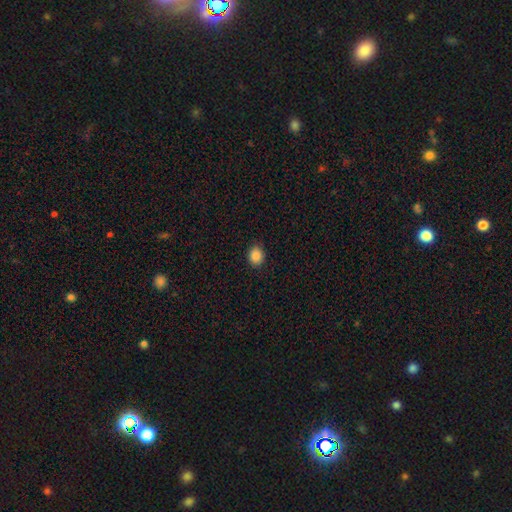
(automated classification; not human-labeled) Smooth or featured? Predicted: smooth (p=0.87). How rounded? Predicted: round (p=0.62). Merging? Predicted: none (p=0.88).